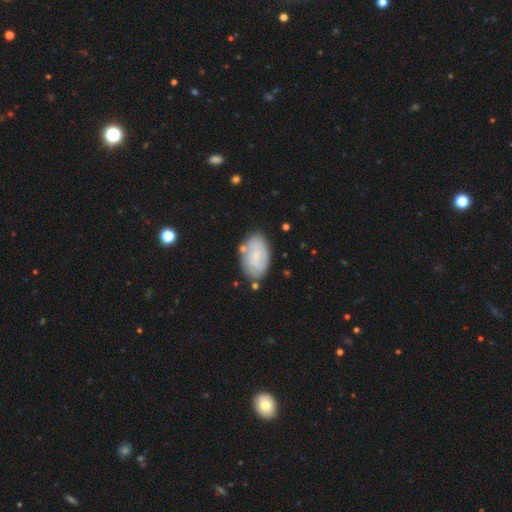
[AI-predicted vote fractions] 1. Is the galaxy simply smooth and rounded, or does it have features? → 46% featured or disk (tied), 46% smooth (tied), 9% star or artifact.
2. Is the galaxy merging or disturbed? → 75% none, 17% minor disturbance, 5% merger, 4% major disturbance.